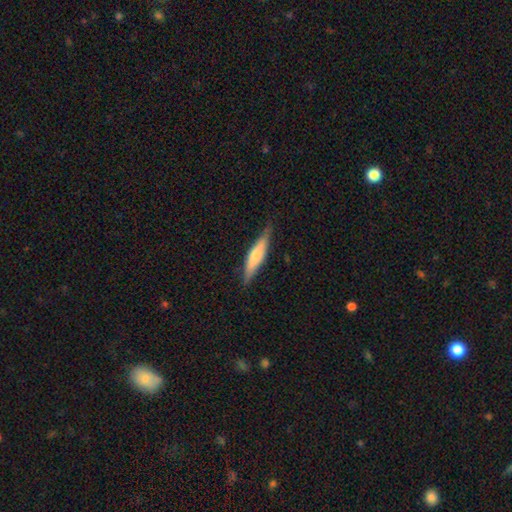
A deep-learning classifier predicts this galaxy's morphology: A smooth galaxy with no disk features (59%) that is cigar-shaped (77%). Merging: none (77%).